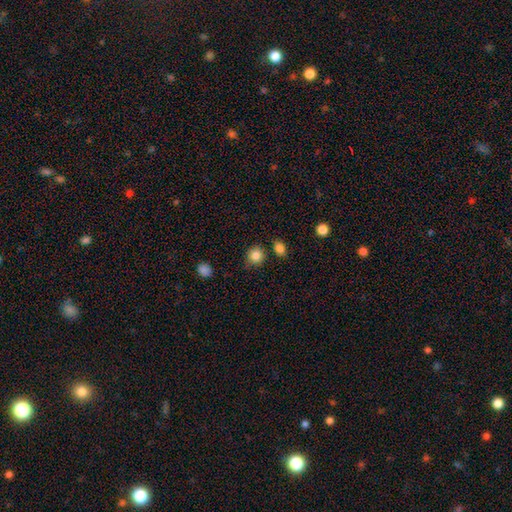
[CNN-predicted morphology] Overall: smooth (85%). How rounded: round (84%). Merging: none (78%).